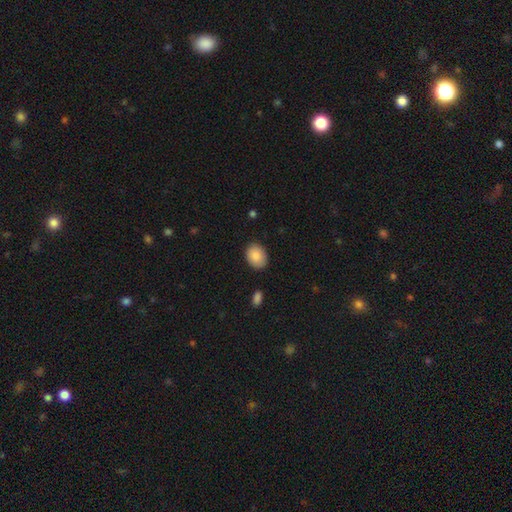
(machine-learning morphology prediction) Smooth or featured? Predicted: smooth (p=0.88). How rounded? Predicted: in between (p=0.71). Merging? Predicted: none (p=0.87).